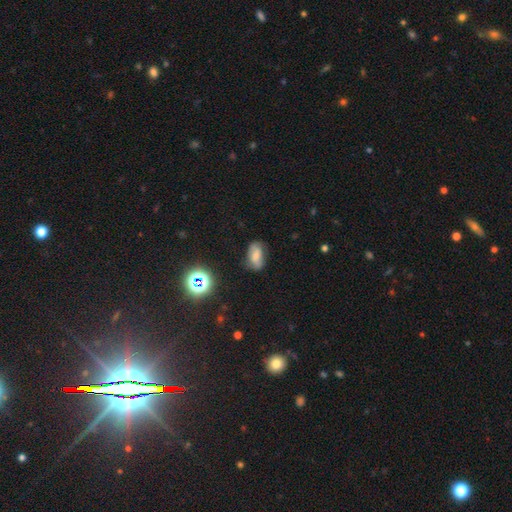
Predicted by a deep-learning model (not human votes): Morphology: type=smooth (63%); roundness=in between (88%); merging=none (67%).